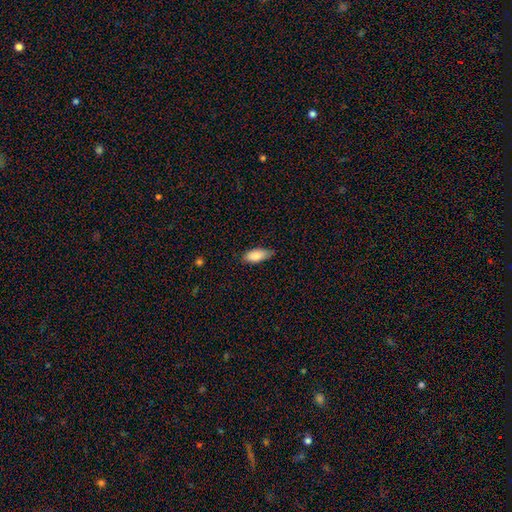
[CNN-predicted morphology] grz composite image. It shows a smooth galaxy with no disk features (85%) that is in between round and cigar-shaped (87%). Merging: none (71%).